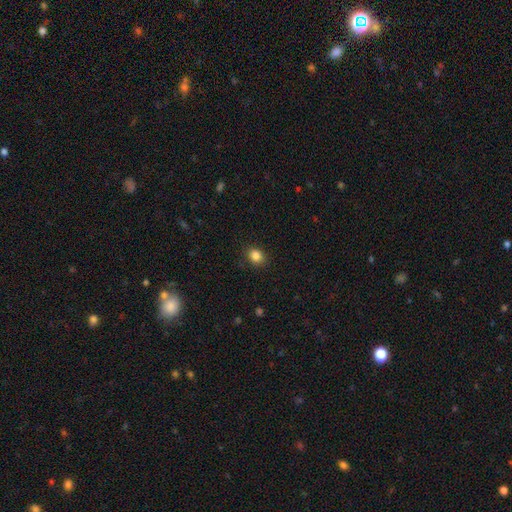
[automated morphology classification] The model was most divided on "how rounded": round: 58%, in between: 41%, cigar-shaped: 1%. More confident: merging — none (87%); smooth or featured — smooth (85%).